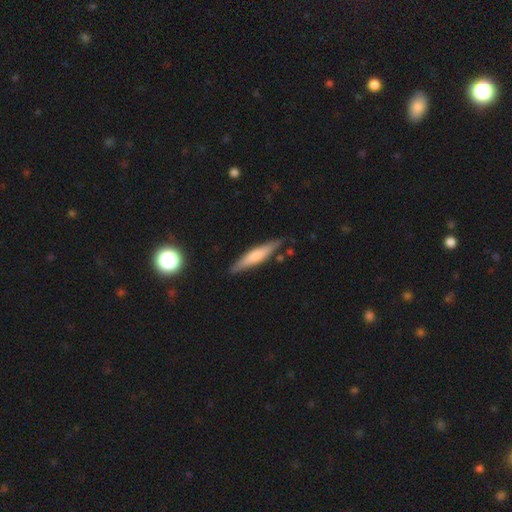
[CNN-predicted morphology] smooth_or_featured: smooth (p=0.59) [alt: featured or disk p=0.35]
how_rounded: cigar-shaped (p=0.85) [alt: in between p=0.13]
merging: none (p=0.83) [alt: minor disturbance p=0.12]